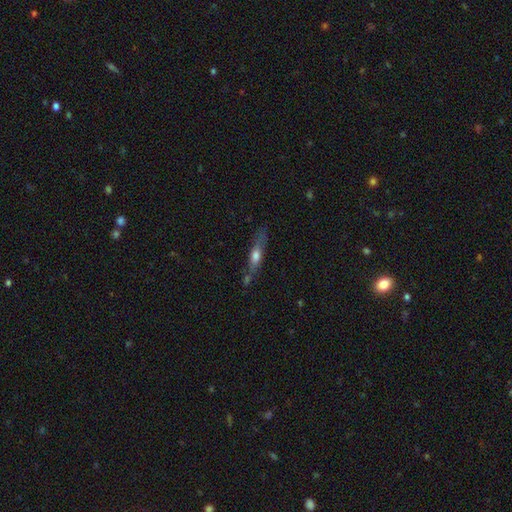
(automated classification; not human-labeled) smooth 53%, featured or disk 39%, star or artifact 8%. Down the decision tree: how rounded — cigar-shaped (68%); merging — none (57%).